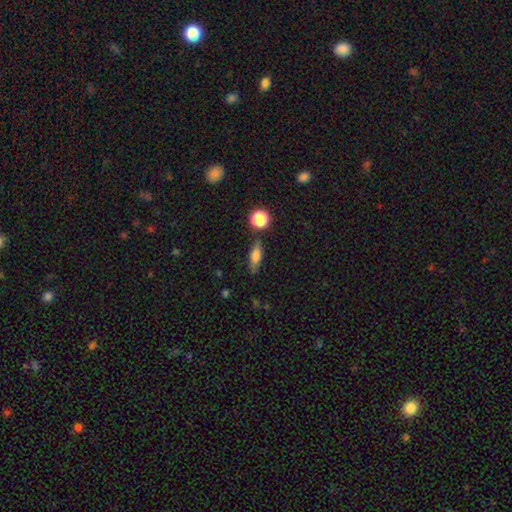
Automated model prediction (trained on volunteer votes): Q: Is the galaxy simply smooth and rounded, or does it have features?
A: smooth — 71%.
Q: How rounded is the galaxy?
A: in between — 57%.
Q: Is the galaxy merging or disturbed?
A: none — 78%.